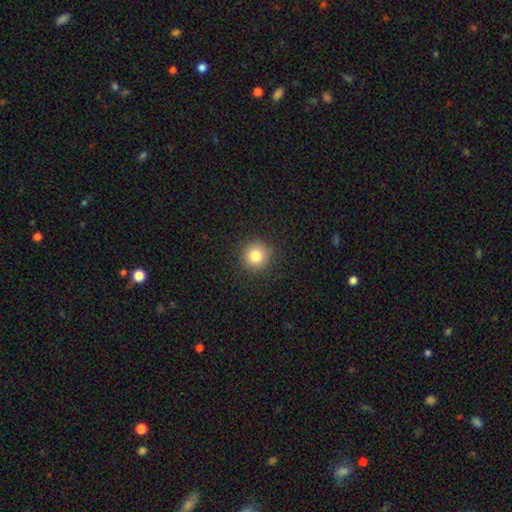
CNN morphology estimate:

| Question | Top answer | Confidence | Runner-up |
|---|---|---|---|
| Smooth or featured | smooth | 82% | star or artifact (11%) |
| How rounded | round | 95% | in between (4%) |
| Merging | none | 91% | minor disturbance (6%) |